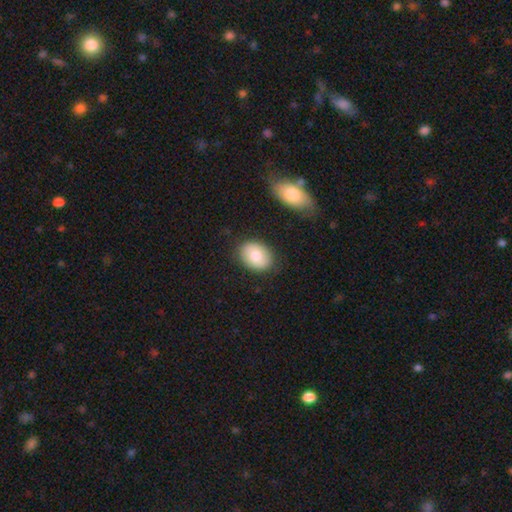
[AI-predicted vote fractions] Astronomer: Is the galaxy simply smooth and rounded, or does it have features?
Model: smooth — 78%.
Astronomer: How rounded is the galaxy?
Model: in between — 74%.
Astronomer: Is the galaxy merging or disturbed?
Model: none — 84%.